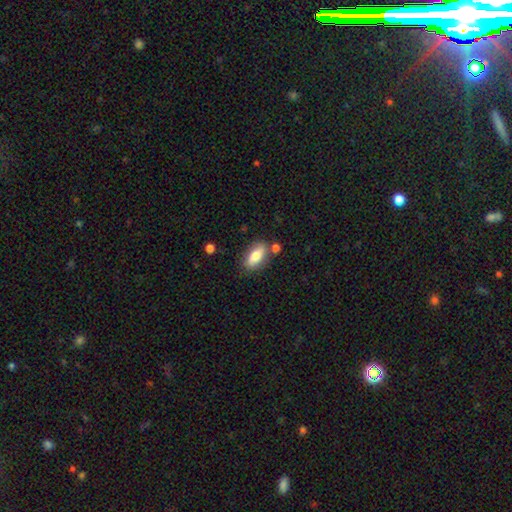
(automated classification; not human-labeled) Smooth or featured: smooth — 72% (featured or disk — 21%)
How rounded: in between — 81% (cigar-shaped — 15%)
Merging: none — 77% (minor disturbance — 13%)